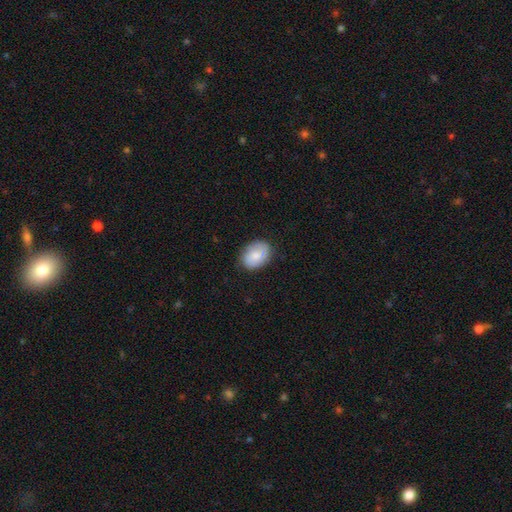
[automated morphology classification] This appears to be a smooth galaxy with no disk features (67%) that is in between round and cigar-shaped (74%). Merging: none (80%).